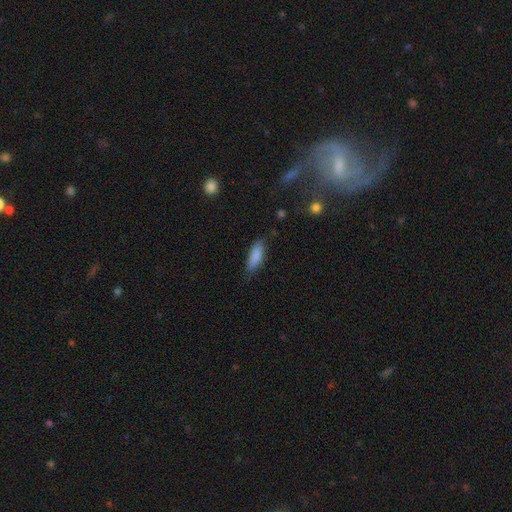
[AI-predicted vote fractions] Q: Smooth or featured?
A: smooth (87%); runner-up: star or artifact (7%)
Q: How rounded?
A: in between (62%); runner-up: cigar-shaped (36%)
Q: Merging?
A: none (77%); runner-up: minor disturbance (18%)